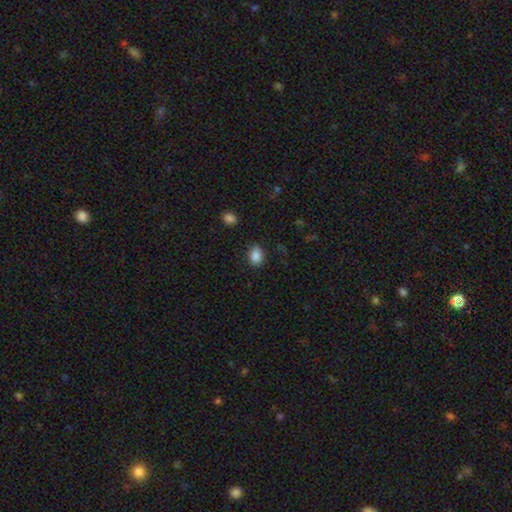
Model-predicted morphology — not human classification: The model was most divided on "how rounded": in between: 68%, round: 31%, cigar-shaped: 1%. More confident: smooth or featured — smooth (86%); merging — none (82%).